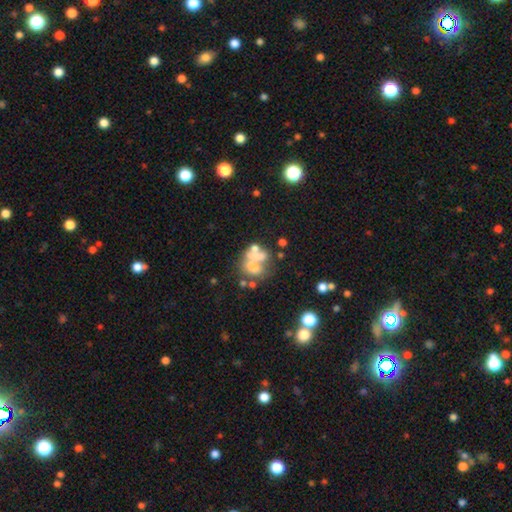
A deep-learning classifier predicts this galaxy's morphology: This appears to be a smooth galaxy with no disk features (52%) that is in between round and cigar-shaped (60%). Merging: merger (51%).